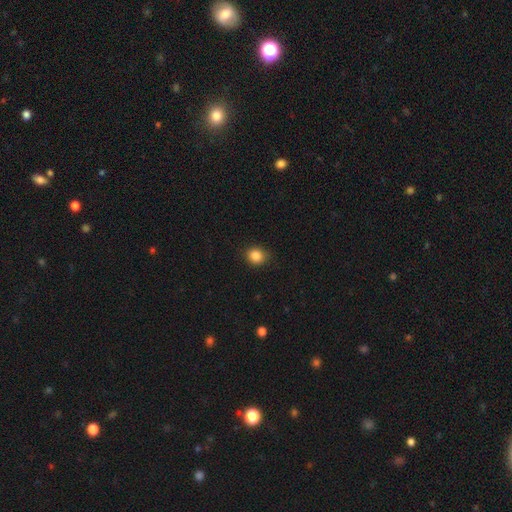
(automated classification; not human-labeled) smooth_or_featured: smooth (p=0.86) [alt: star or artifact p=0.10]
how_rounded: round (p=0.74) [alt: in between p=0.25]
merging: none (p=0.84) [alt: minor disturbance p=0.12]